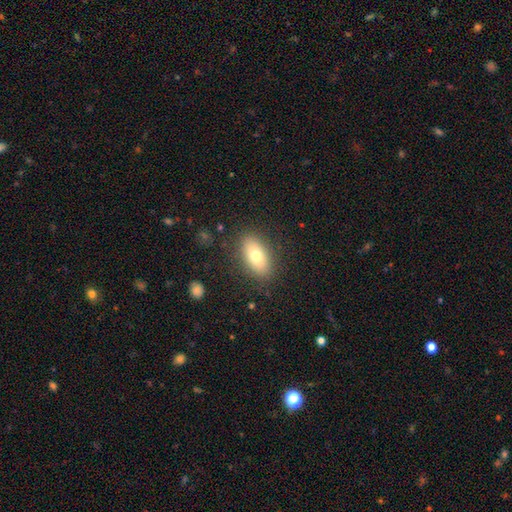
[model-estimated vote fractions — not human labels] This appears to be a smooth galaxy with no disk features (73%) that is in between round and cigar-shaped (90%). Merging: none (85%).